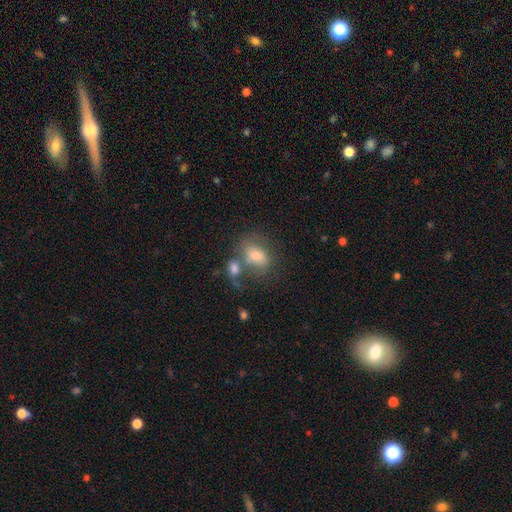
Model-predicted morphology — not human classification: A smooth galaxy with no disk features (66%) that is in between round and cigar-shaped (77%).

Vote fractions:
- Smooth or featured? smooth: 66% / featured or disk: 24% / star or artifact: 10%
- How rounded? in between: 77% / round: 21% / cigar-shaped: 2%
- Merging? none: 38% / merger: 37% / minor disturbance: 15% / major disturbance: 10%